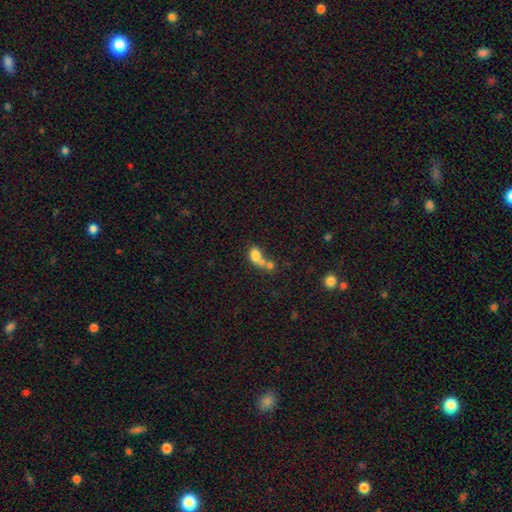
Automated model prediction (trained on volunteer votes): The model was most divided on "merging": merger: 59%, none: 26%, minor disturbance: 9%, major disturbance: 6%. More confident: smooth or featured — smooth (75%); how rounded — in between (65%).